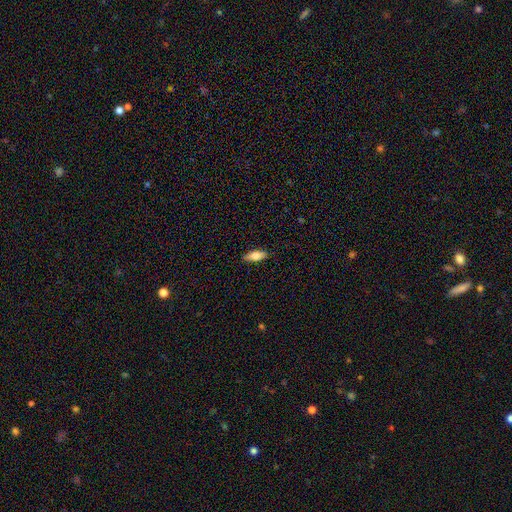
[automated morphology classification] smooth_or_featured: smooth (p=0.75) [alt: featured or disk p=0.18]
how_rounded: in between (p=0.74) [alt: cigar-shaped p=0.24]
merging: none (p=0.87) [alt: minor disturbance p=0.10]